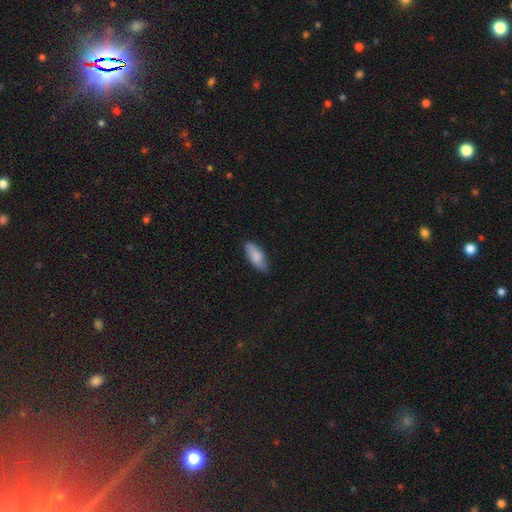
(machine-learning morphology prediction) Smooth or featured? smooth (83%)
How rounded? in between (79%)
Merging? none (78%)